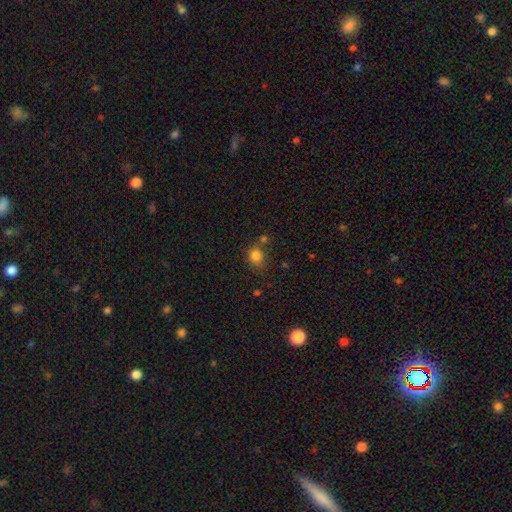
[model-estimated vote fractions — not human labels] Smooth or featured? Predicted: smooth (p=0.81). How rounded? Predicted: round (p=0.70). Merging? Predicted: none (p=0.64).